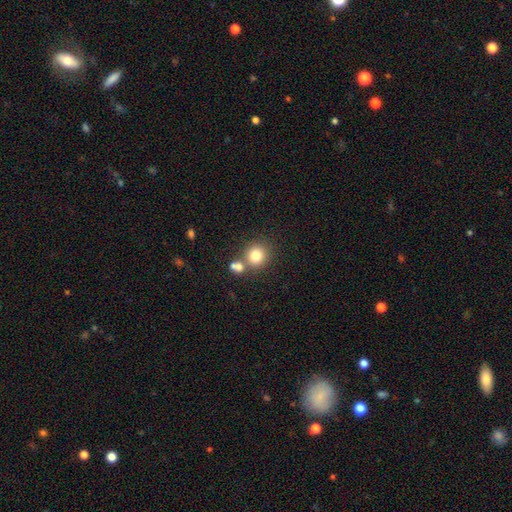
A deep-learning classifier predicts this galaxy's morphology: Smooth or featured? Predicted: smooth (p=0.80). How rounded? Predicted: round (p=0.88). Merging? Predicted: none (p=0.64).